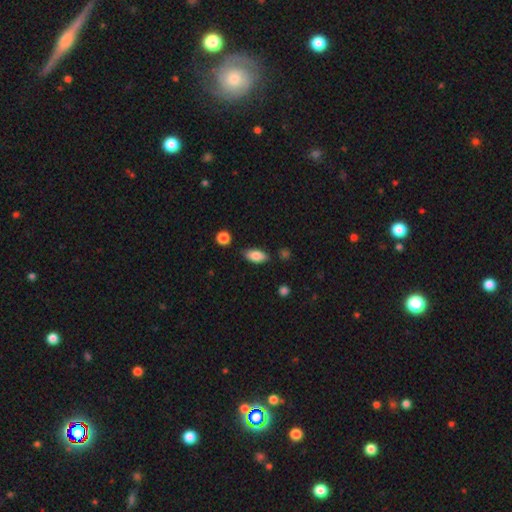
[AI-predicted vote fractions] Smooth or featured? Predicted: smooth (p=0.83). How rounded? Predicted: in between (p=0.89). Merging? Predicted: none (p=0.82).